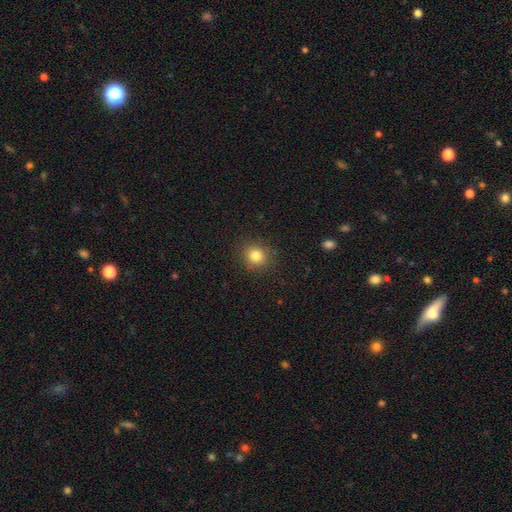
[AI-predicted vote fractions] Smooth or featured: smooth — 81% (star or artifact — 12%)
How rounded: round — 81% (in between — 18%)
Merging: none — 87% (minor disturbance — 9%)